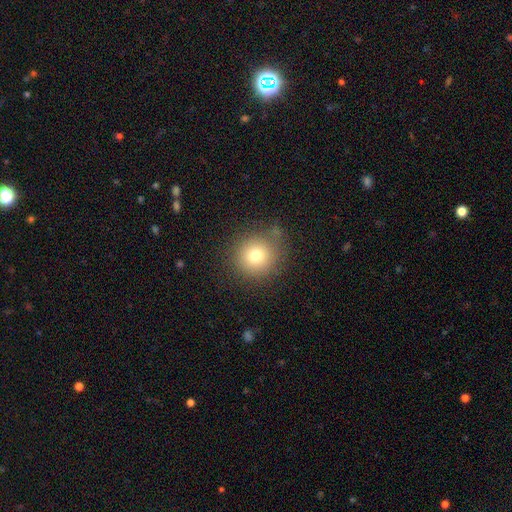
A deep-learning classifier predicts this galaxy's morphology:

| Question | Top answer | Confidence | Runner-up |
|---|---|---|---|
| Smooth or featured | smooth | 75% | star or artifact (14%) |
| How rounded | round | 92% | in between (7%) |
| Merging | none | 80% | minor disturbance (13%) |